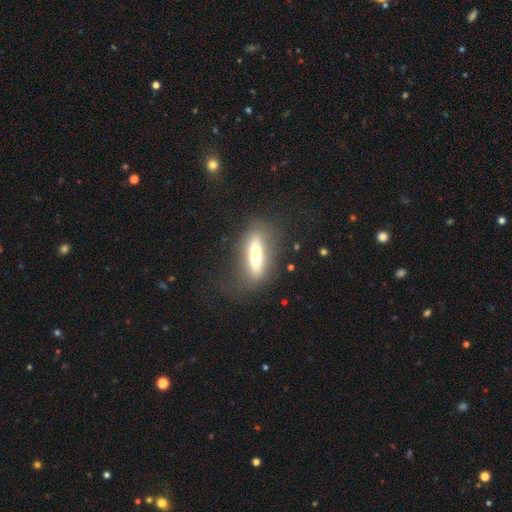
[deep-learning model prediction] A smooth galaxy with no disk features (48%). Merging: none (73%).